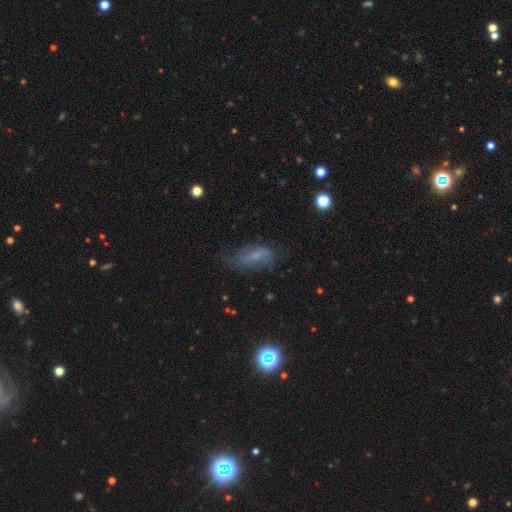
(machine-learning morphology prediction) Overall: smooth (46%; featured or disk 40%). Merging: none (51%; minor disturbance 29%).